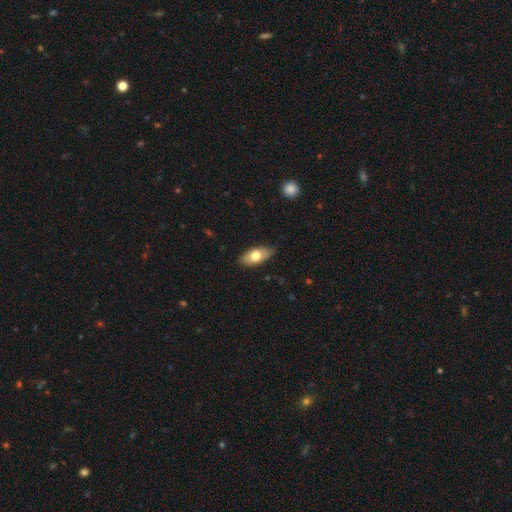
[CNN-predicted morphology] smooth-or-featured: smooth: 72% | featured or disk: 22% | star or artifact: 6%
  how-rounded: in between: 88% | cigar-shaped: 8% | round: 3%
  merging: none: 85% | minor disturbance: 12% | major disturbance: 2% | merger: 1%